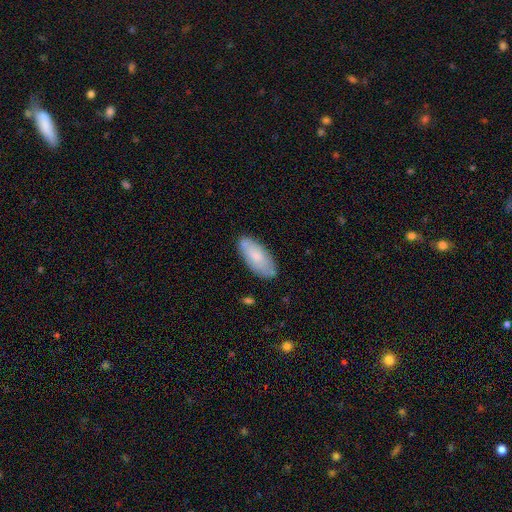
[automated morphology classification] smooth_or_featured: smooth (p=0.72) [alt: featured or disk p=0.22]
how_rounded: in between (p=0.86) [alt: cigar-shaped p=0.12]
merging: none (p=0.77) [alt: minor disturbance p=0.17]